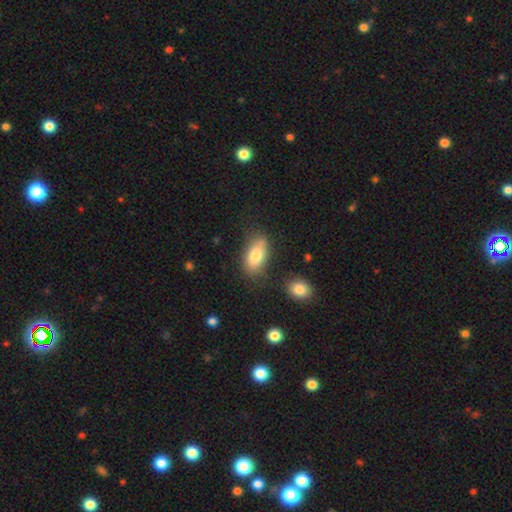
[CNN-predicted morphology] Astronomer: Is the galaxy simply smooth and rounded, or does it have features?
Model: smooth — 79%.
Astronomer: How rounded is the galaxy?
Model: in between — 90%.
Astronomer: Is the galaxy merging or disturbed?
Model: none — 72%.